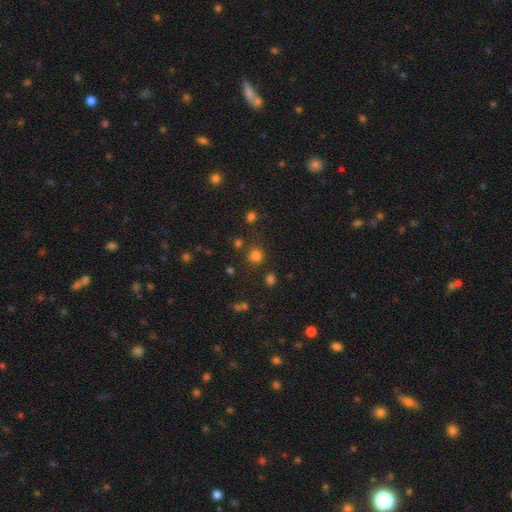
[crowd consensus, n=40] smooth-or-featured: smooth: 72% | featured or disk: 15% | star or artifact: 12%
  how-rounded: round: 100% | in between: 0% | cigar-shaped: 0%
  merging: none: 91% | minor disturbance: 3% | major disturbance: 3% | merger: 3%